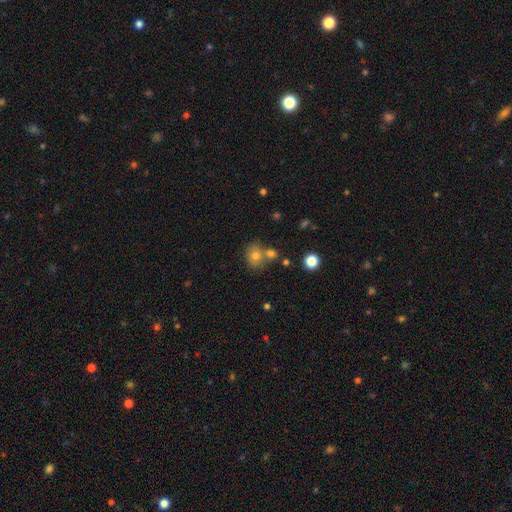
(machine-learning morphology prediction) Smooth or featured: smooth — 74% (star or artifact — 14%)
How rounded: round — 68% (in between — 31%)
Merging: none — 55% (merger — 29%)